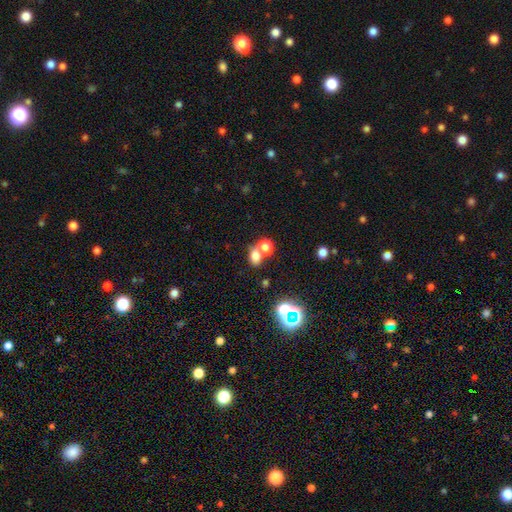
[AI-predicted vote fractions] smooth 73%, star or artifact 18%, featured or disk 9%. Down the decision tree: how rounded — in between (58%); merging — none (46%).